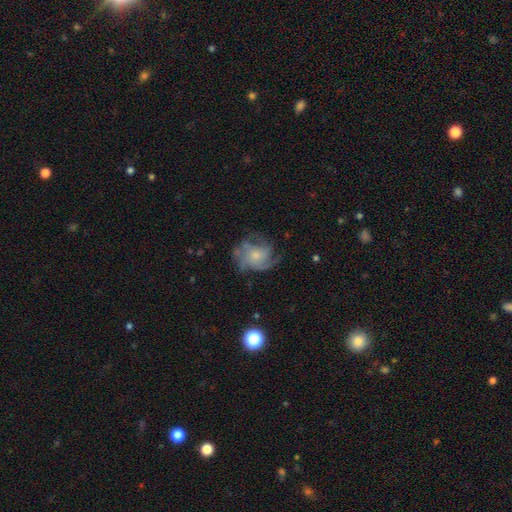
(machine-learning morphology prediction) type=featured or disk (72%); edge-on=no (98%); bar=no (76%); spiral arms=yes (87%); winding=medium (44%); arm count=3 (29%, tied with can't tell); bulge=small (56%); merging=none (57%).